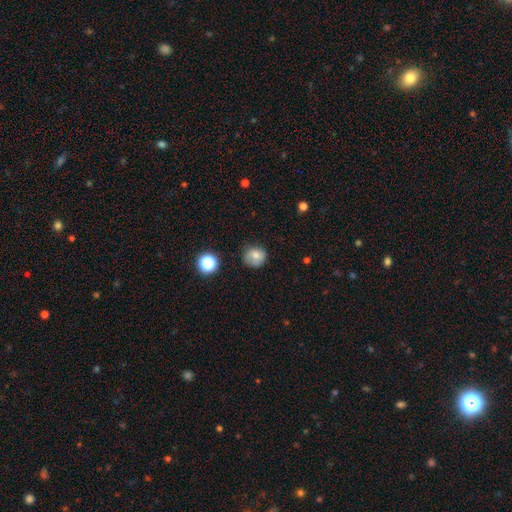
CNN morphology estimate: This is likely a smooth galaxy (76%). How rounded: clearly round (81%). Merging: likely none (67%).